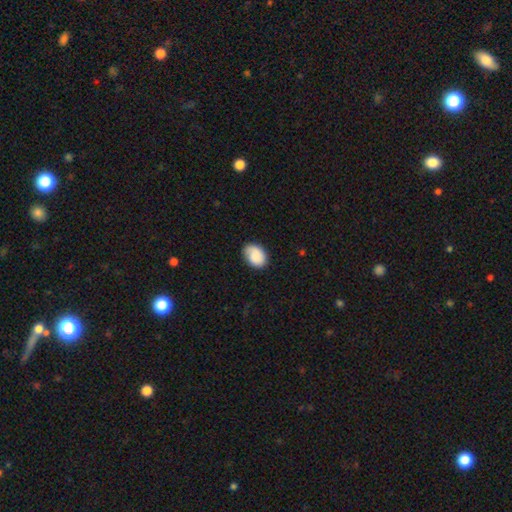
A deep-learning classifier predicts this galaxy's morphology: Smooth or featured?
  - smooth: 84% *
  - featured or disk: 9%
  - star or artifact: 6%
How rounded?
  - in between: 74% *
  - round: 25%
  - cigar-shaped: 1%
Merging?
  - none: 72% *
  - minor disturbance: 22%
  - major disturbance: 5%
  - merger: 1%